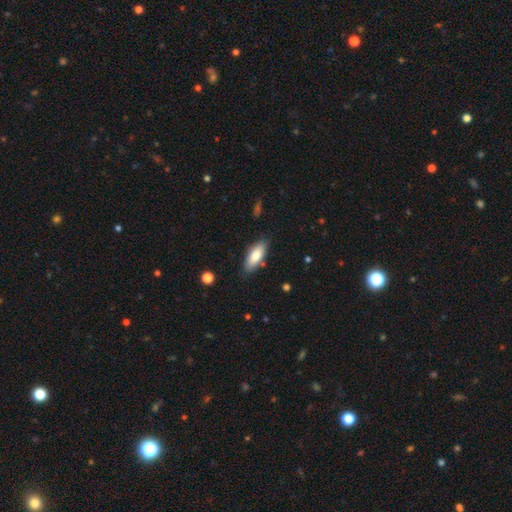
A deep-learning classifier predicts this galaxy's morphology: Q: Smooth or featured?
A: smooth (80%); runner-up: featured or disk (14%)
Q: How rounded?
A: in between (75%); runner-up: cigar-shaped (24%)
Q: Merging?
A: none (83%); runner-up: minor disturbance (13%)